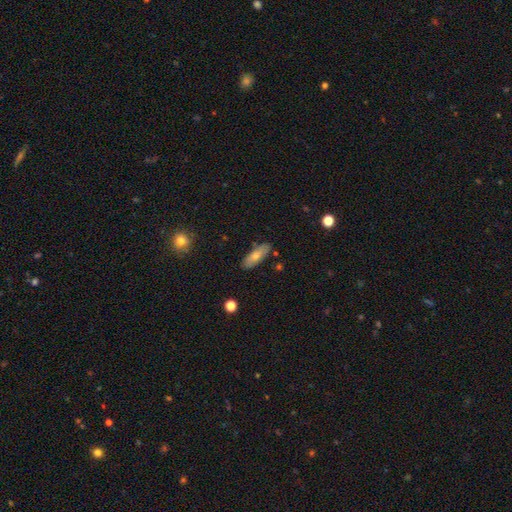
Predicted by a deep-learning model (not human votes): smooth_or_featured: smooth (p=0.70) [alt: featured or disk p=0.24]
how_rounded: in between (p=0.69) [alt: cigar-shaped p=0.29]
merging: none (p=0.84) [alt: minor disturbance p=0.11]